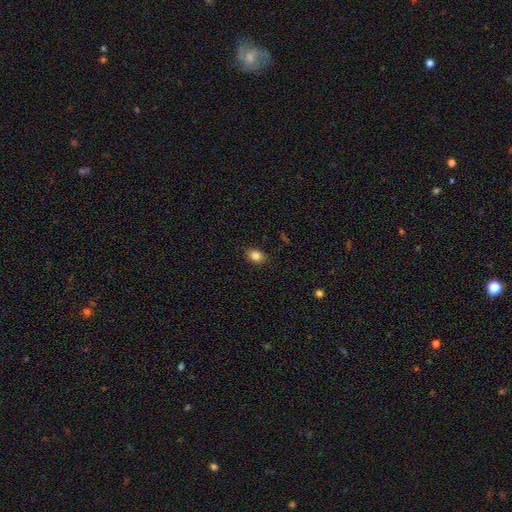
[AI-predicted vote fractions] Q: Smooth or featured?
A: smooth (85%); runner-up: star or artifact (10%)
Q: How rounded?
A: in between (74%); runner-up: round (25%)
Q: Merging?
A: none (87%); runner-up: minor disturbance (10%)